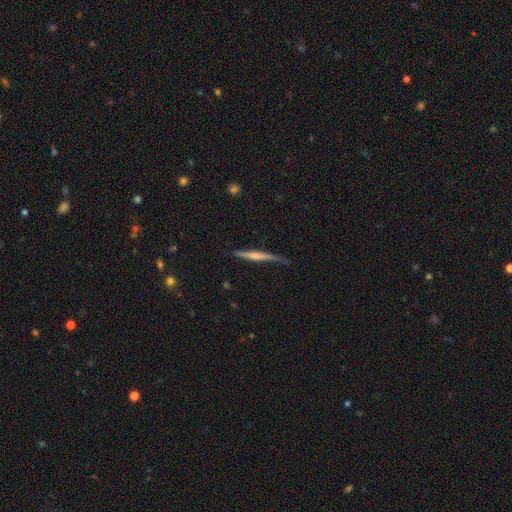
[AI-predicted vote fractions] A featured or disk galaxy (51%) viewed edge-on (96%).

Vote fractions:
- Smooth or featured? featured or disk: 51% / smooth: 43% / star or artifact: 6%
- Edge-on disk? yes: 96% / no: 4%
- Merging? none: 73% / minor disturbance: 21% / major disturbance: 4% / merger: 2%